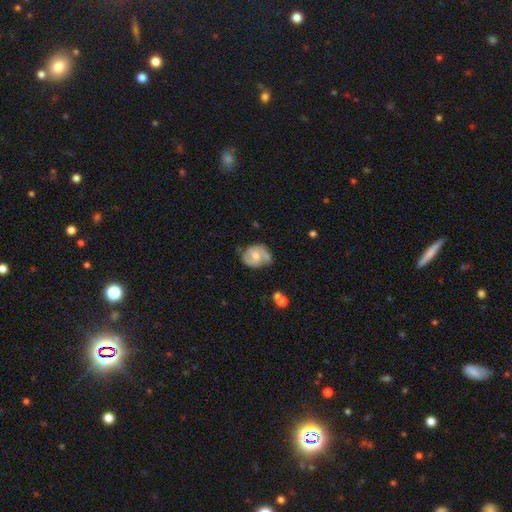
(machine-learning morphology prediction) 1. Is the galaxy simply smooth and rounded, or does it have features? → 69% featured or disk, 25% smooth, 6% star or artifact.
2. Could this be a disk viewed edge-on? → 97% no, 3% yes.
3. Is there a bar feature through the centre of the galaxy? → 54% no, 38% weak, 8% strong.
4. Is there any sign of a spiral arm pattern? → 84% yes, 16% no.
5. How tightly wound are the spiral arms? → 44% tight, 42% medium, 15% loose.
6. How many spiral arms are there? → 73% 2, 15% can't tell, 6% 1, 4% 3, 1% 4, 1% more than 4.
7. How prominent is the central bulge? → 64% moderate, 25% small, 7% large, 3% none, 1% dominant.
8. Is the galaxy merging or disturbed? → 62% none, 26% minor disturbance, 9% major disturbance, 3% merger.